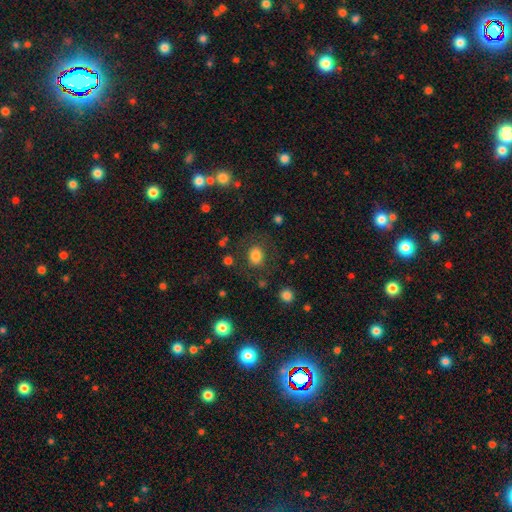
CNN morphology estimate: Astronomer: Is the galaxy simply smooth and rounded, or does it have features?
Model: smooth — 81%.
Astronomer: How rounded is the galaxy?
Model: round — 55% (runner-up: in between, 44%).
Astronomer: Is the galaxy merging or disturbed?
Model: none — 76%.